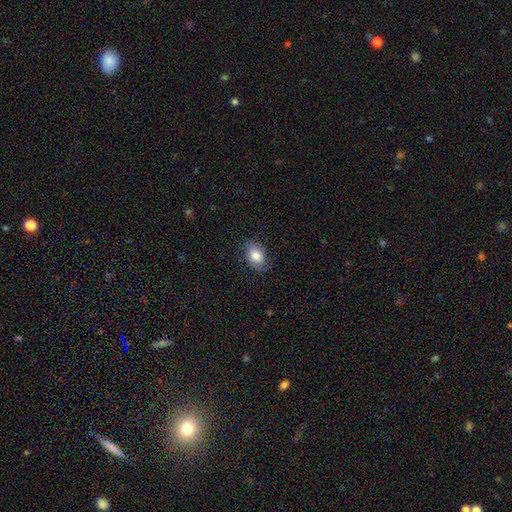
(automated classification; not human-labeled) The model was most divided on "merging": none: 78%, minor disturbance: 17%, major disturbance: 4%, merger: 1%. More confident: how rounded — in between (83%); smooth or featured — smooth (80%).